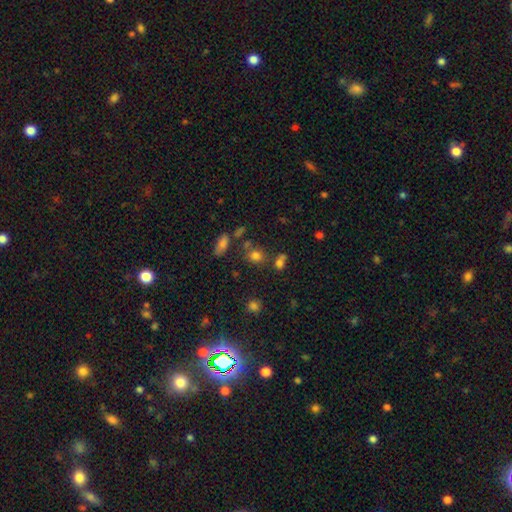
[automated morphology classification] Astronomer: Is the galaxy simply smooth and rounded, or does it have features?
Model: smooth — 75%.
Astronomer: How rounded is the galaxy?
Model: round — 62%.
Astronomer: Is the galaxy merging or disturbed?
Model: none — 66%.